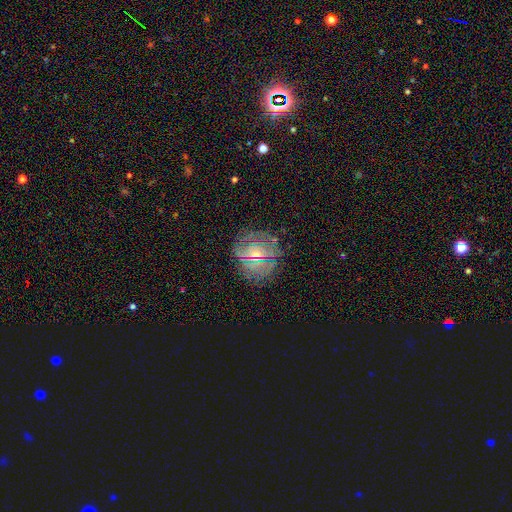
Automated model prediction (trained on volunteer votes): featured or disk 53%, smooth 27%, star or artifact 20%. Down the decision tree: edge-on disk — no (95%); bar — no (55%); spiral arms — yes (64%); bulge size — small (60%); merging — none (76%).